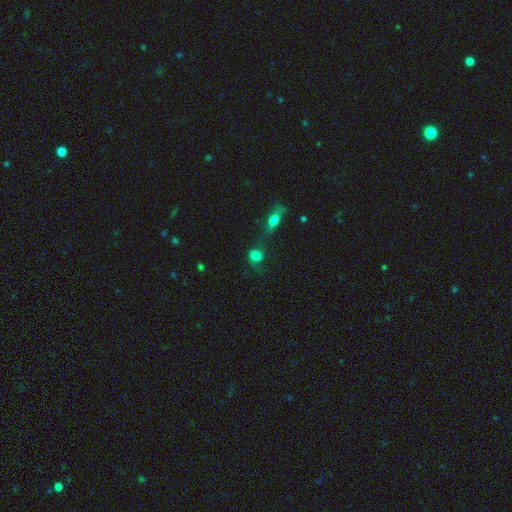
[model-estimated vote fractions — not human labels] The model was most divided on "merging": none: 45%, merger: 29%, minor disturbance: 16%, major disturbance: 10%. More confident: smooth or featured — smooth (75%); how rounded — round (68%).